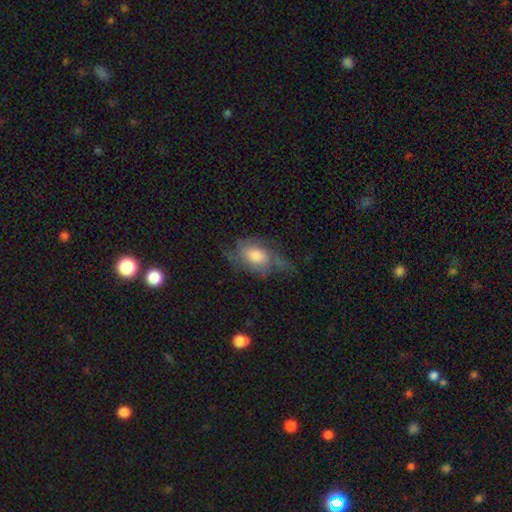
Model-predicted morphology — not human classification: Overall: featured or disk (51%; smooth 41%). Edge-on disk: no (92%). Merging: none (42%; minor disturbance 28%).